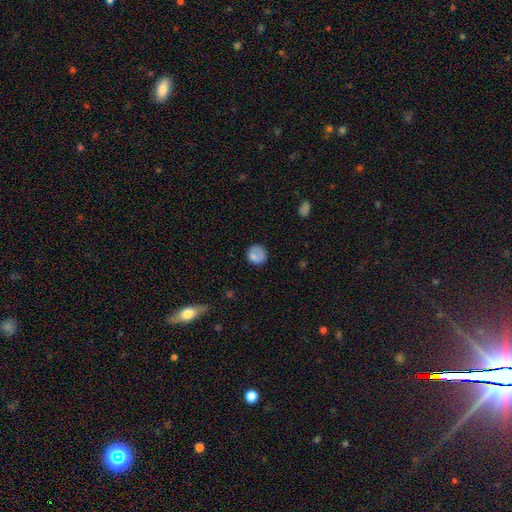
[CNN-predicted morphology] smooth_or_featured: smooth (p=0.74) [alt: featured or disk p=0.18]
how_rounded: round (p=0.82) [alt: in between p=0.17]
merging: none (p=0.68) [alt: minor disturbance p=0.20]